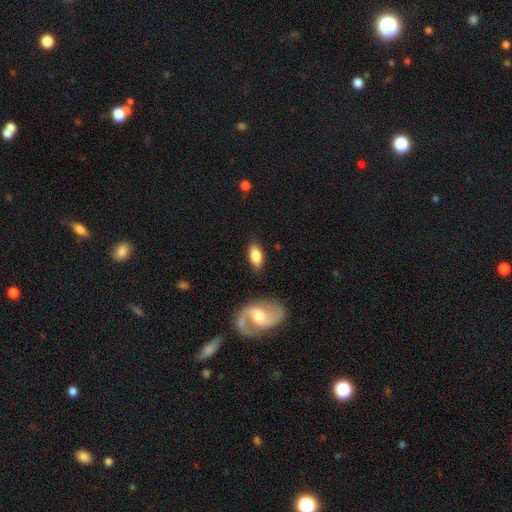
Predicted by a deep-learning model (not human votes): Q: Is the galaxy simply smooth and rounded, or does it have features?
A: smooth — 79%.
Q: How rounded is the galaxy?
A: in between — 91%.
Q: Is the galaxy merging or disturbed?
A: none — 82%.